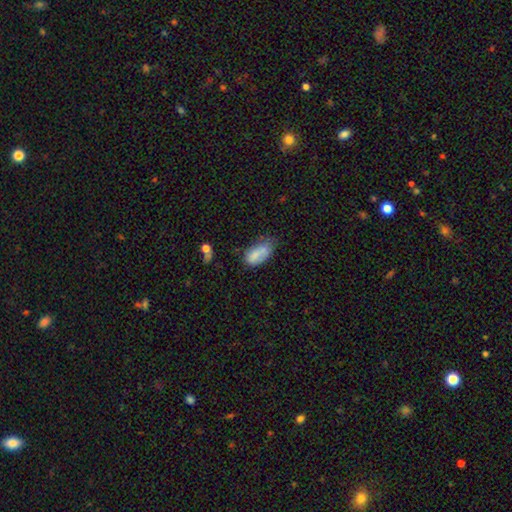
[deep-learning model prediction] Smooth or featured? smooth (76%)
How rounded? in between (90%)
Merging? none (41%)